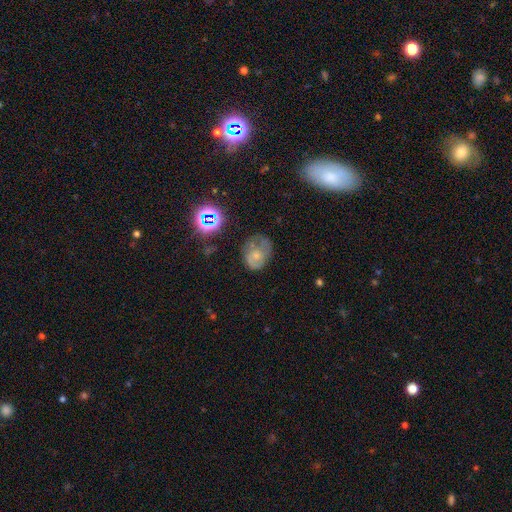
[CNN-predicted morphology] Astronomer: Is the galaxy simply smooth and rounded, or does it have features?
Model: smooth — 44% (runner-up: featured or disk, 42%).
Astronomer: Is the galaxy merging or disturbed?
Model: none — 35% (runner-up: minor disturbance, 32%).